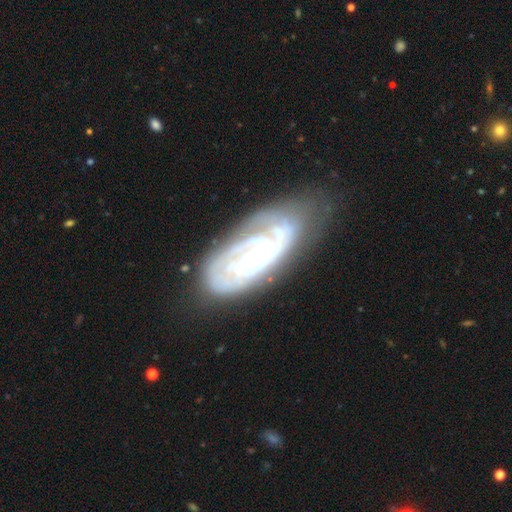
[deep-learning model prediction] smooth-or-featured: featured or disk: 80% | smooth: 13% | star or artifact: 7%
  disk-edge-on: no: 93% | yes: 7%
    bar: no: 65% | weak: 26% | strong: 10%
    has-spiral-arms: yes: 91% | no: 9%
      spiral-winding: tight: 71% | medium: 23% | loose: 6%
      spiral-arm-count: can't tell: 38% | 2: 30% | 3: 15% | 1: 8% | 4: 5% | more than 4: 4%
    bulge-size: small: 68% | moderate: 15% | none: 13% | large: 2% | dominant: 1%
  merging: none: 55% | minor disturbance: 26% | major disturbance: 14% | merger: 5%